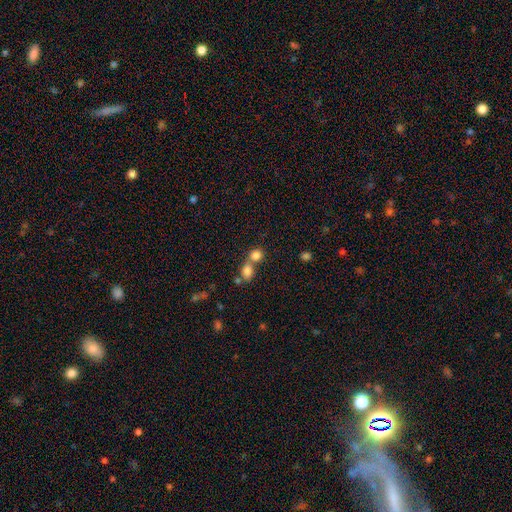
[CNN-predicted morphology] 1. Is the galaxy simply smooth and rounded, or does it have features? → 81% smooth, 11% star or artifact, 8% featured or disk.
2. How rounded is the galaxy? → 68% round, 30% in between, 1% cigar-shaped.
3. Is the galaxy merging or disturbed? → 53% merger, 38% none, 6% minor disturbance, 3% major disturbance.